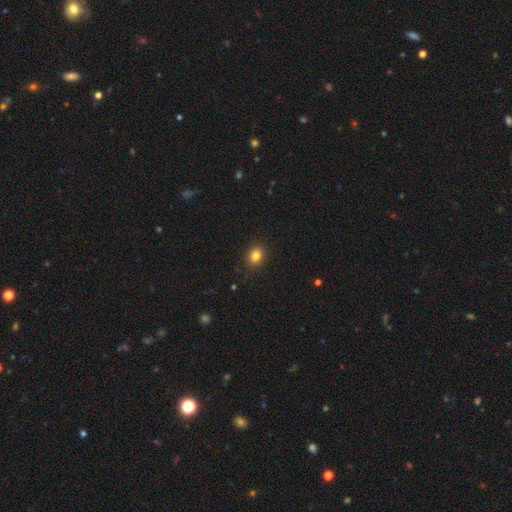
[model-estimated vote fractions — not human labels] Smooth or featured? Predicted: smooth (p=0.83). How rounded? Predicted: in between (p=0.53). Merging? Predicted: none (p=0.88).